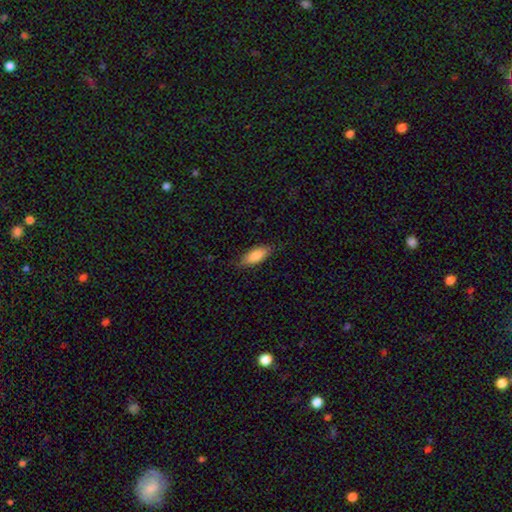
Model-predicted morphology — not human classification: A smooth galaxy with no disk features (84%) that is in between round and cigar-shaped (75%). Merging: none (81%).